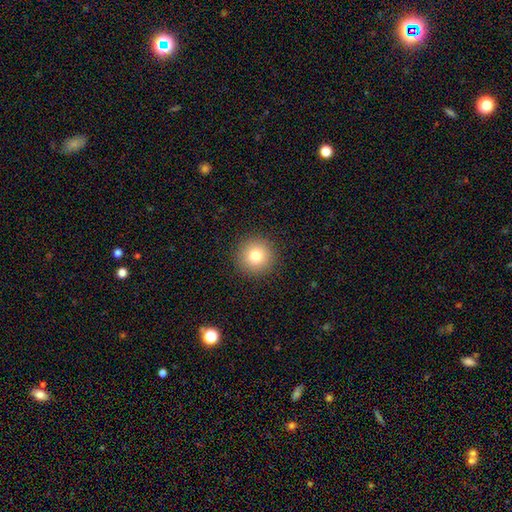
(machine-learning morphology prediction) smooth-or-featured: smooth: 80% | star or artifact: 12% | featured or disk: 9%
  how-rounded: round: 96% | in between: 3% | cigar-shaped: 1%
  merging: none: 92% | minor disturbance: 5% | major disturbance: 2% | merger: 1%